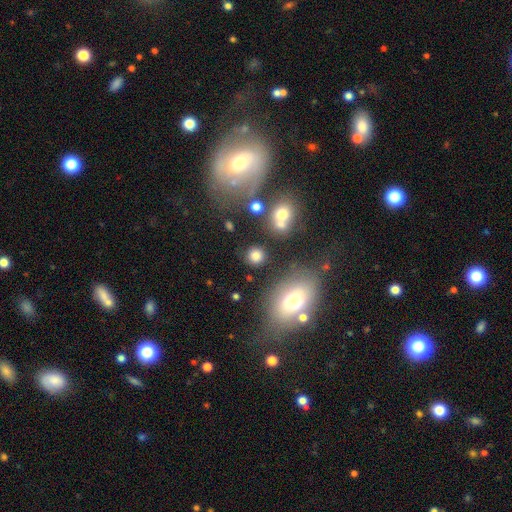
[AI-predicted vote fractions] A smooth galaxy with no disk features (77%) that is round (84%).

Vote fractions:
- Smooth or featured? smooth: 77% / star or artifact: 15% / featured or disk: 8%
- How rounded? round: 84% / in between: 15% / cigar-shaped: 1%
- Merging? none: 79% / minor disturbance: 10% / merger: 6% / major disturbance: 4%